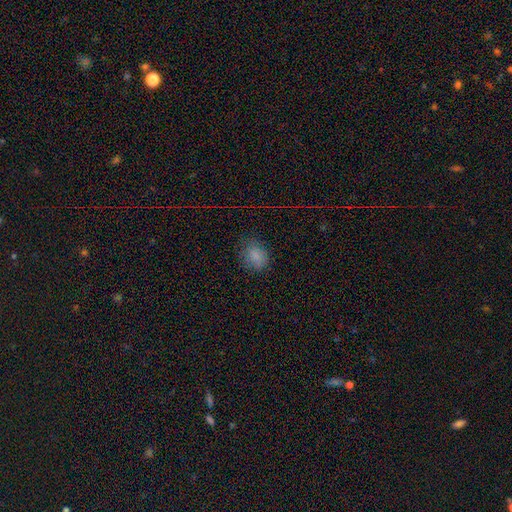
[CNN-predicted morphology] smooth 80%, star or artifact 14%, featured or disk 6%. Down the decision tree: how rounded — in between (54%); merging — none (78%).